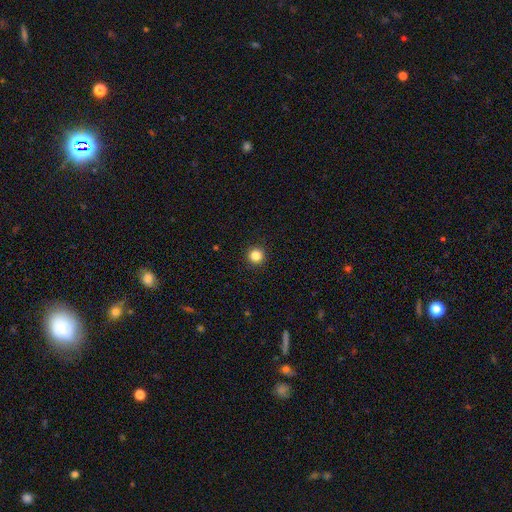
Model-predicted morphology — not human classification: Smooth or featured? Predicted: smooth (p=0.85). How rounded? Predicted: round (p=0.96). Merging? Predicted: none (p=0.93).